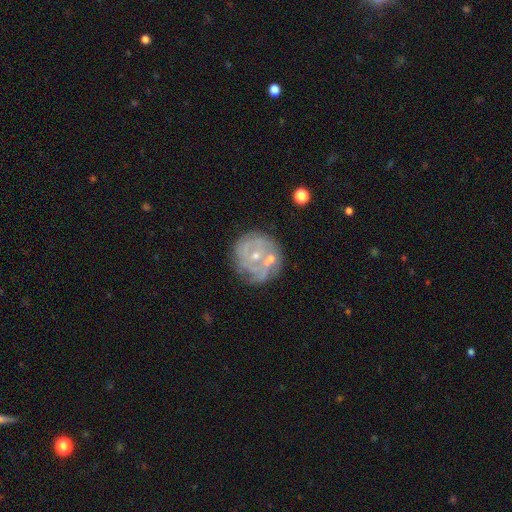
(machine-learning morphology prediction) Smooth or featured: featured or disk — 75% (smooth — 16%)
Edge-on disk: no — 98% (yes — 2%)
Bar: no — 70% (weak — 24%)
Spiral arms: yes — 79% (no — 21%)
Spiral winding: tight — 66% (medium — 25%)
Spiral arm count: can't tell — 45% (3 — 19%)
Bulge size: small — 64% (moderate — 31%)
Merging: none — 60% (minor disturbance — 19%)